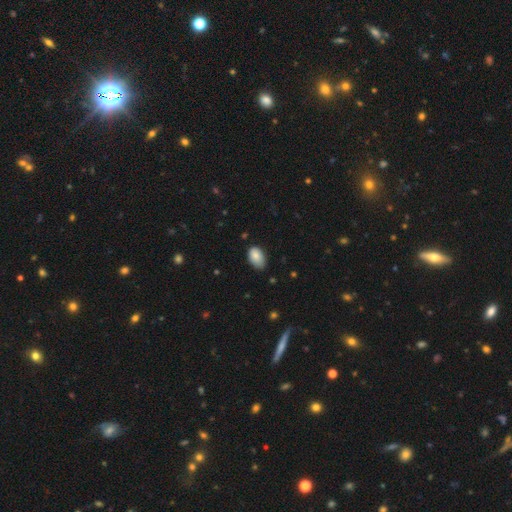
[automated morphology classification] A smooth galaxy with no disk features (85%) that is in between round and cigar-shaped (91%).

Vote fractions:
- Smooth or featured? smooth: 85% / star or artifact: 8% / featured or disk: 7%
- How rounded? in between: 91% / round: 8% / cigar-shaped: 1%
- Merging? none: 68% / minor disturbance: 27% / major disturbance: 4% / merger: 1%